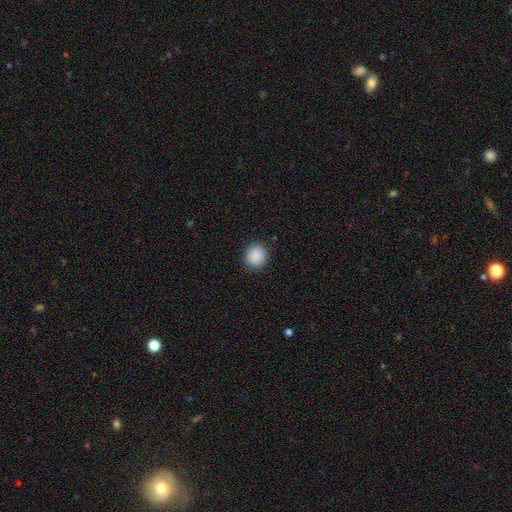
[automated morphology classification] smooth_or_featured: smooth (p=0.89) [alt: star or artifact p=0.08]
how_rounded: round (p=0.86) [alt: in between p=0.13]
merging: none (p=0.90) [alt: minor disturbance p=0.07]